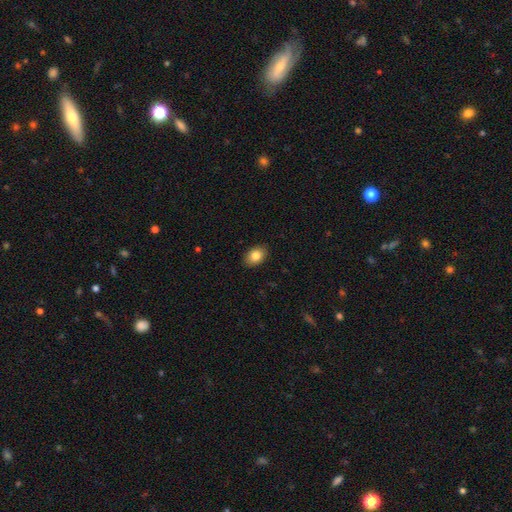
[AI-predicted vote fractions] Smooth or featured?
  - smooth: 83% *
  - featured or disk: 8%
  - star or artifact: 8%
How rounded?
  - in between: 80% *
  - round: 19%
  - cigar-shaped: 1%
Merging?
  - none: 89% *
  - minor disturbance: 9%
  - major disturbance: 2%
  - merger: 1%